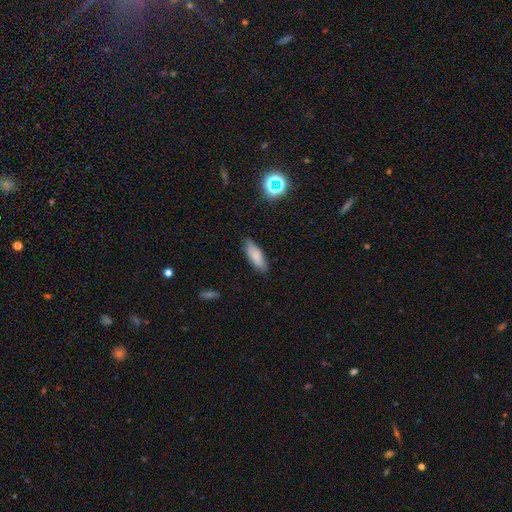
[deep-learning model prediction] Smooth or featured: smooth — 80% (featured or disk — 12%)
How rounded: in between — 63% (cigar-shaped — 35%)
Merging: none — 83% (minor disturbance — 13%)